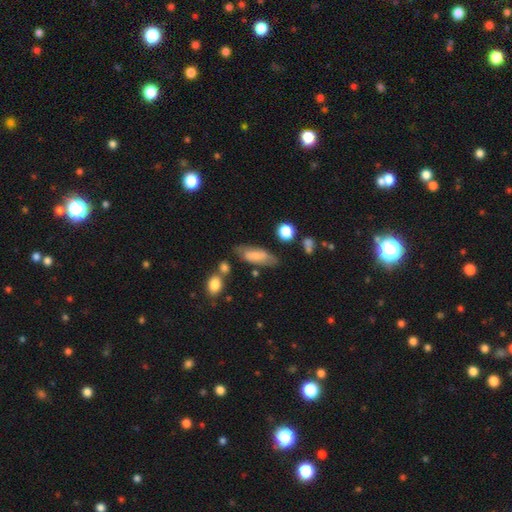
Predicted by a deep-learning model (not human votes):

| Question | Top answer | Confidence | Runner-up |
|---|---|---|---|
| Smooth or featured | smooth | 61% | featured or disk (31%) |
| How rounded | in between | 69% | cigar-shaped (28%) |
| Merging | none | 63% | minor disturbance (22%) |